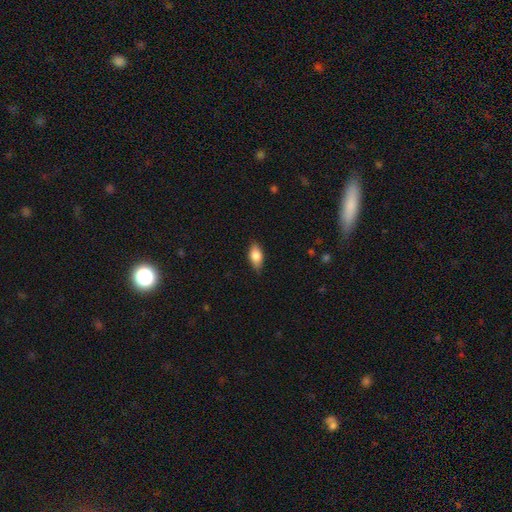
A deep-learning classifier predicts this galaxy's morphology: A smooth galaxy with no disk features (82%) that is in between round and cigar-shaped (88%).

Vote fractions:
- Smooth or featured? smooth: 82% / featured or disk: 11% / star or artifact: 7%
- How rounded? in between: 88% / cigar-shaped: 7% / round: 4%
- Merging? none: 79% / minor disturbance: 17% / major disturbance: 3% / merger: 1%